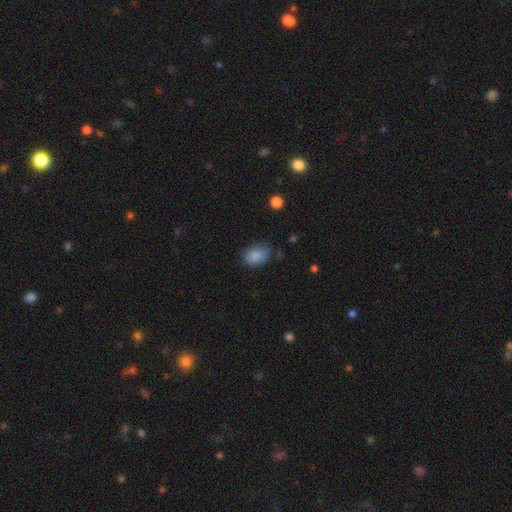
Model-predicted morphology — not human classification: Q: Smooth or featured?
A: smooth (87%); runner-up: star or artifact (8%)
Q: How rounded?
A: in between (84%); runner-up: round (14%)
Q: Merging?
A: none (71%); runner-up: minor disturbance (22%)